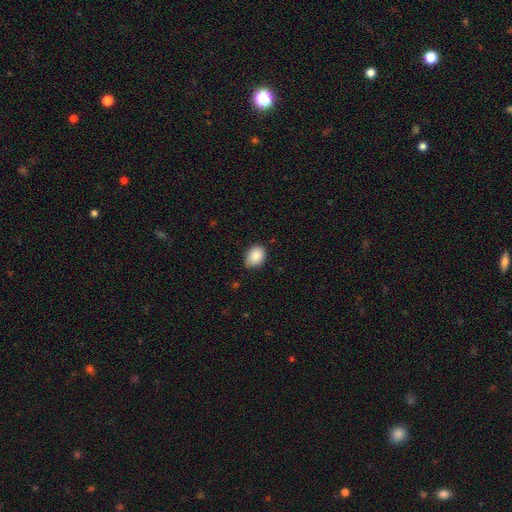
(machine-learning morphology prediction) Smooth or featured? Predicted: smooth (p=0.88). How rounded? Predicted: in between (p=0.65). Merging? Predicted: none (p=0.72).